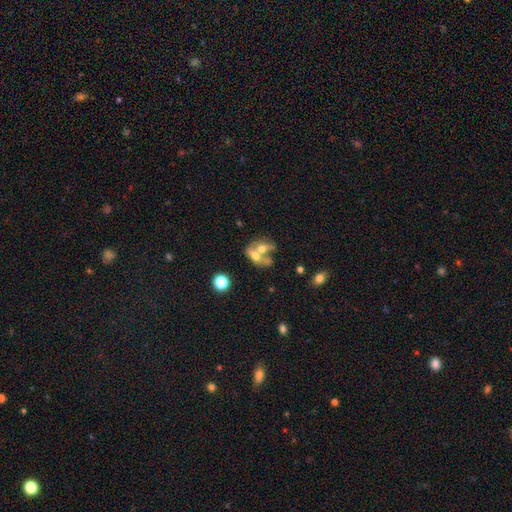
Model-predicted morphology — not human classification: smooth 52%, featured or disk 38%, star or artifact 10%. Down the decision tree: how rounded — in between (68%); merging — merger (67%).